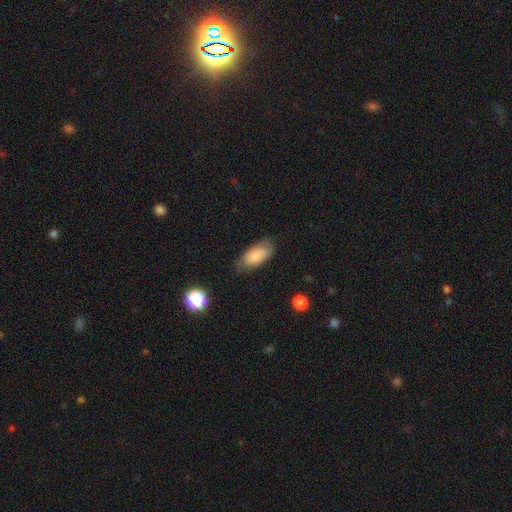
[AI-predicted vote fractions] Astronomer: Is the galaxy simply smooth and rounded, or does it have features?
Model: smooth — 81%.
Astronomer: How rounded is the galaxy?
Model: in between — 88%.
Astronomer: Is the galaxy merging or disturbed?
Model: none — 72%.